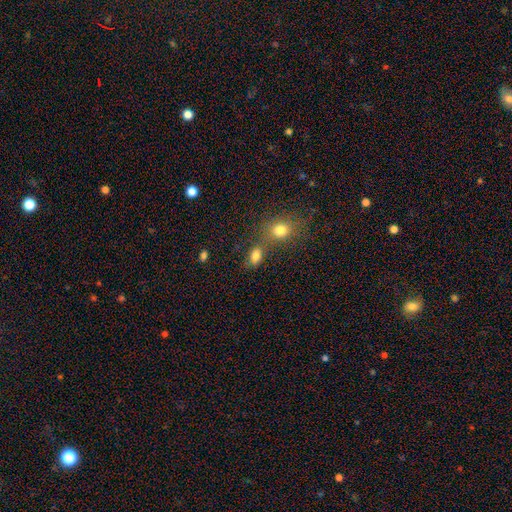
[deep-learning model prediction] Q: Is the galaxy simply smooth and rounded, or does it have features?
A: smooth — 79%.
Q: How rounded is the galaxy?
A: in between — 78%.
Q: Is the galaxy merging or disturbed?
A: none — 53%.